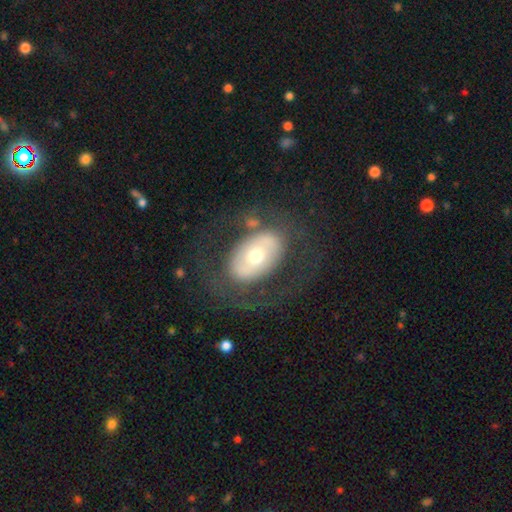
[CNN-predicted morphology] A featured or disk galaxy (53%). Merging: none (68%).